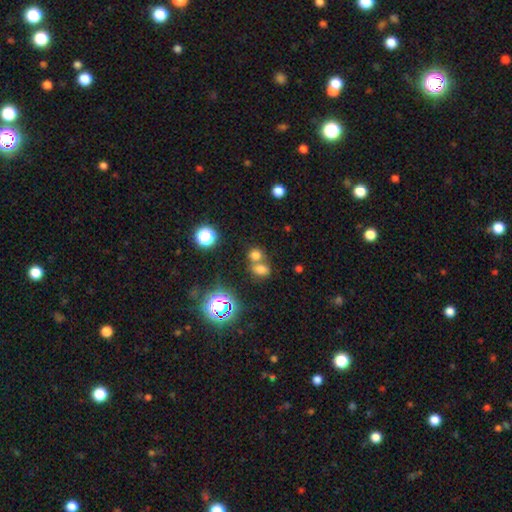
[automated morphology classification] smooth 67%, star or artifact 24%, featured or disk 9%. Down the decision tree: how rounded — round (62%); merging — merger (45%, tied with none).